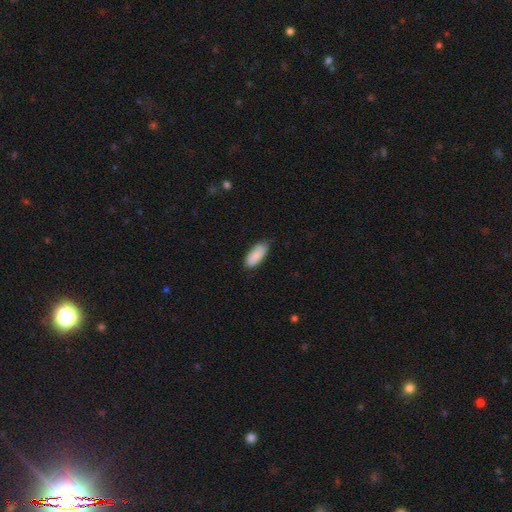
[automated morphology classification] Smooth or featured?
  - smooth: 89% *
  - star or artifact: 6%
  - featured or disk: 6%
How rounded?
  - in between: 86% *
  - cigar-shaped: 13%
  - round: 2%
Merging?
  - none: 70% *
  - minor disturbance: 25%
  - major disturbance: 4%
  - merger: 1%